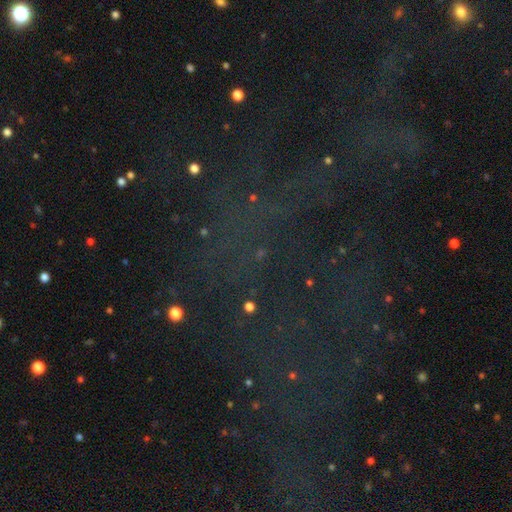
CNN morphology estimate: Smooth or featured? Predicted: star or artifact (p=0.71).